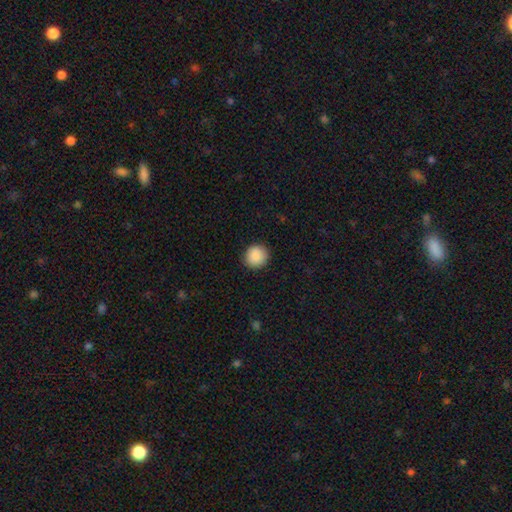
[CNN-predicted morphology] Overall: smooth (90%). How rounded: round (91%). Merging: none (91%).